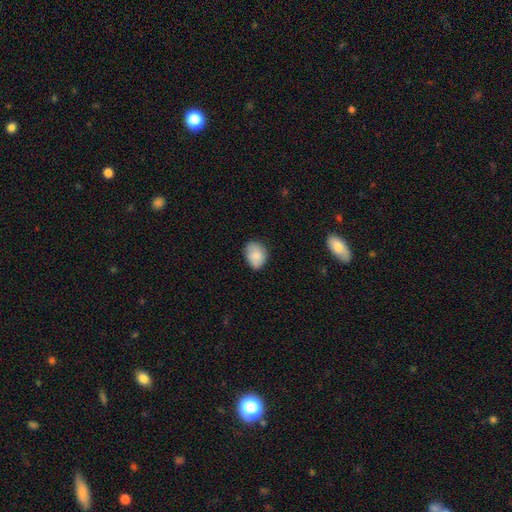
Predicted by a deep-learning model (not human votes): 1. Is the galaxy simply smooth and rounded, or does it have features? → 84% smooth, 8% featured or disk, 7% star or artifact.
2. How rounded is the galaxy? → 59% in between, 40% round, 1% cigar-shaped.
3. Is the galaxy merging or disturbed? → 75% none, 21% minor disturbance, 3% major disturbance, 1% merger.